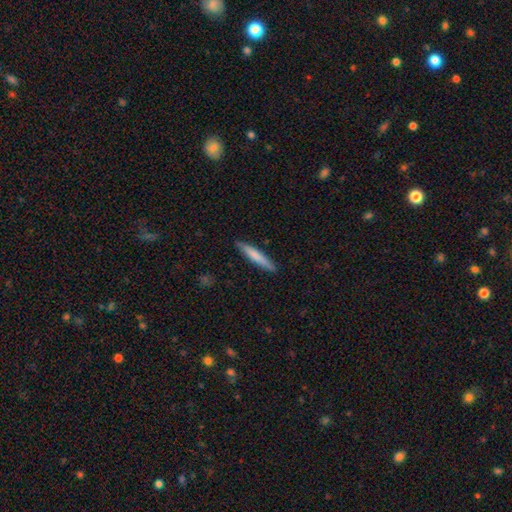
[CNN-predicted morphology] smooth-or-featured: smooth: 73% | featured or disk: 22% | star or artifact: 5%
  how-rounded: cigar-shaped: 94% | in between: 5% | round: 1%
  merging: none: 89% | minor disturbance: 8% | major disturbance: 2% | merger: 1%